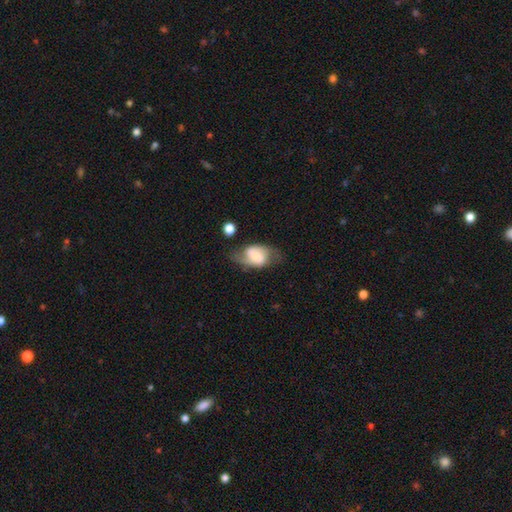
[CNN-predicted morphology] featured or disk 47%, smooth 45%, star or artifact 8%. Down the decision tree: merging — none (54%).